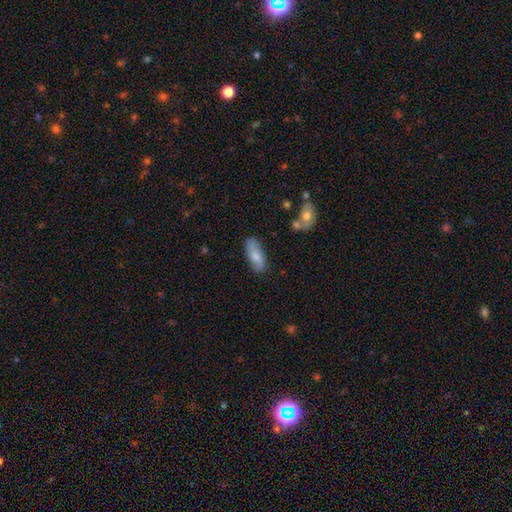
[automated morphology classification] smooth_or_featured: smooth (p=0.76) [alt: featured or disk p=0.18]
how_rounded: in between (p=0.74) [alt: cigar-shaped p=0.24]
merging: none (p=0.79) [alt: minor disturbance p=0.16]